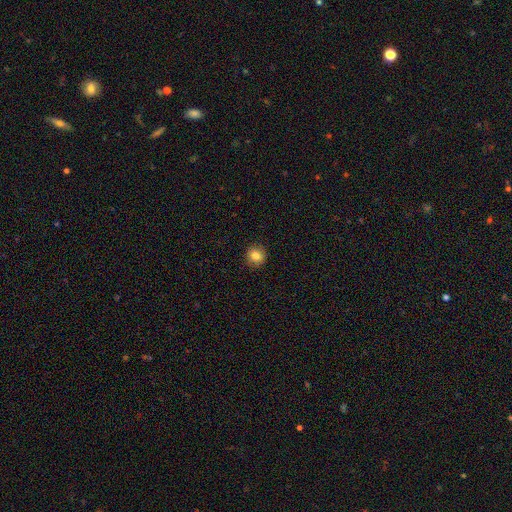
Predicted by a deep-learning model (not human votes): Overall: smooth (82%). How rounded: round (89%). Merging: none (91%).